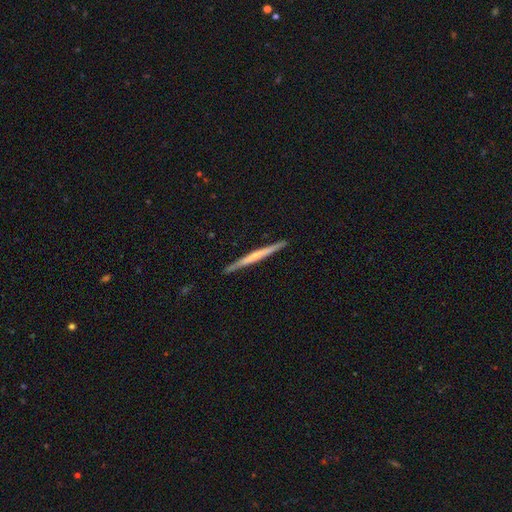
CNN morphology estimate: This is possibly a featured or disk galaxy (59%). It is clearly viewed edge-on (97%). Edge-on bulge: likely none (63%). Merging: clearly none (91%).